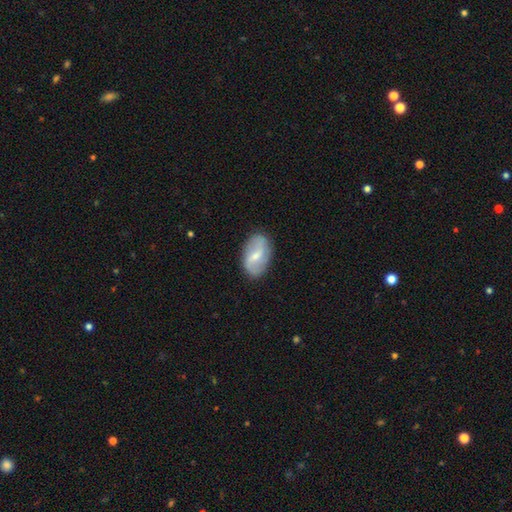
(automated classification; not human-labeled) smooth-or-featured: featured or disk: 68% | smooth: 26% | star or artifact: 6%
  disk-edge-on: no: 96% | yes: 4%
    bar: weak: 56% | strong: 23% | no: 21%
    has-spiral-arms: yes: 87% | no: 13%
      spiral-winding: loose: 62% | medium: 28% | tight: 10%
      spiral-arm-count: 2: 88% | can't tell: 7% | 1: 2% | 3: 1% | 4: 1% | more than 4: 1%
    bulge-size: small: 56% | moderate: 37% | none: 5% | large: 2% | dominant: 1%
  merging: none: 82% | minor disturbance: 13% | major disturbance: 3% | merger: 1%